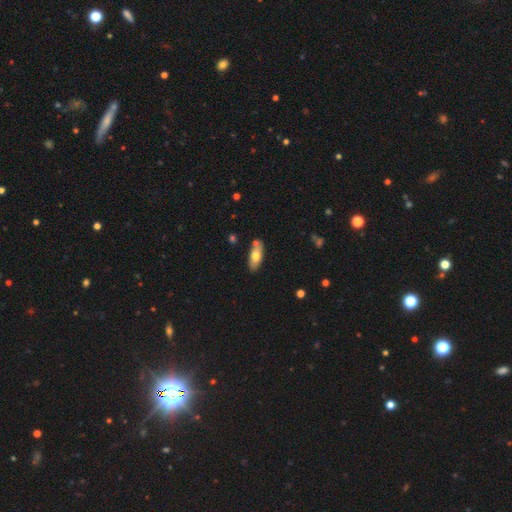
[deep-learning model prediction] This is likely a smooth galaxy (65%). How rounded: likely in between (73%). Merging: likely none (77%).